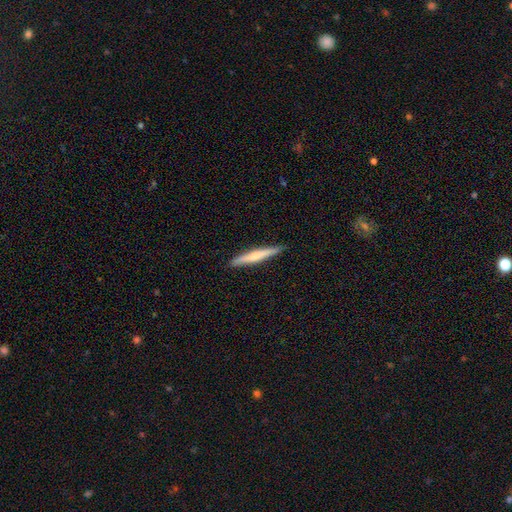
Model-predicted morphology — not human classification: This appears to be a smooth galaxy with no disk features (52%) that is cigar-shaped (95%). Merging: none (90%).